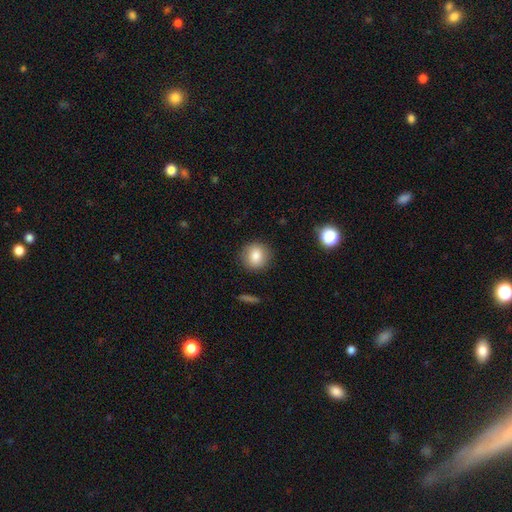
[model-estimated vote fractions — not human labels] smooth_or_featured: smooth (p=0.83) [alt: star or artifact p=0.09]
how_rounded: round (p=0.90) [alt: in between p=0.09]
merging: none (p=0.89) [alt: minor disturbance p=0.08]